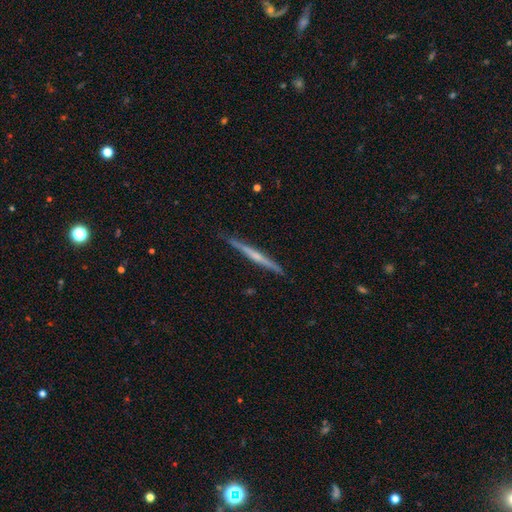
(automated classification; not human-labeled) Smooth or featured? Predicted: featured or disk (p=0.67). Edge-on disk? Predicted: yes (p=0.98). Edge-on bulge? Predicted: rounded (p=0.47). Merging? Predicted: none (p=0.89).